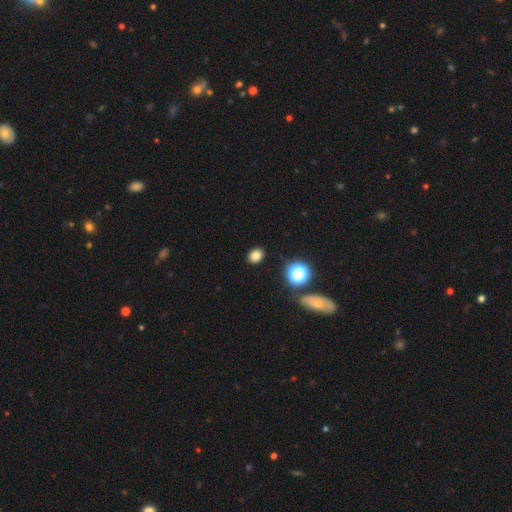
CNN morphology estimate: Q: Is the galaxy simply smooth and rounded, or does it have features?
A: smooth — 79%.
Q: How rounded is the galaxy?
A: round — 51%.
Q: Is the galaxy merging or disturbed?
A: none — 88%.